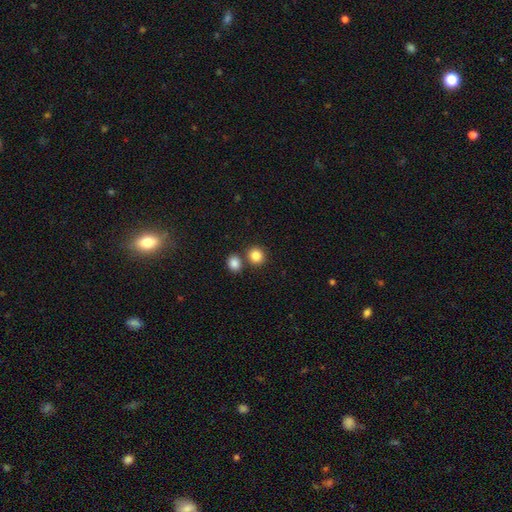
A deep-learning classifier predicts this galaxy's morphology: Smooth or featured: smooth — 85% (star or artifact — 10%)
How rounded: round — 86% (in between — 13%)
Merging: none — 70% (merger — 20%)